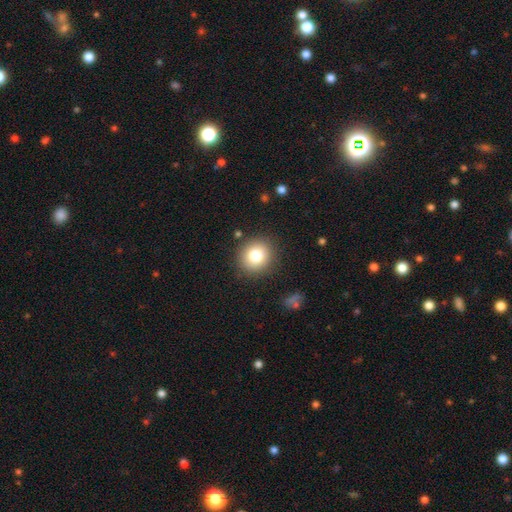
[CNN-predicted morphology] This appears to be a smooth galaxy with no disk features (79%) that is round (84%). Merging: none (87%).